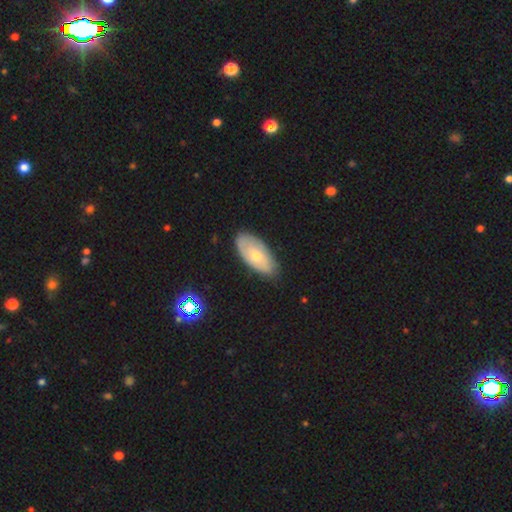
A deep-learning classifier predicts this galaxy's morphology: This is possibly a smooth galaxy (52%). How rounded: clearly in between (92%). Merging: likely none (79%).